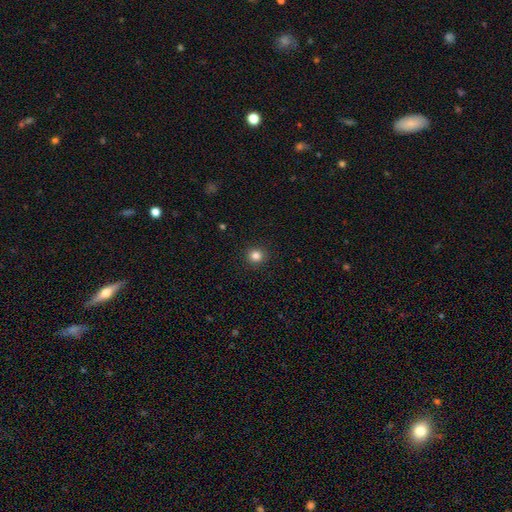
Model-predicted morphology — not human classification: This appears to be a smooth galaxy with no disk features (84%) that is round (93%). Merging: none (92%).